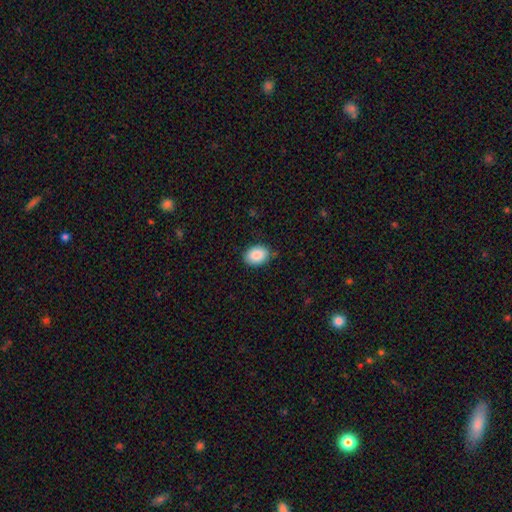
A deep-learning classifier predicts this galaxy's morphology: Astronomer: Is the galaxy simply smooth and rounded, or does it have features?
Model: smooth — 89%.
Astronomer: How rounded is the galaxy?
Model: in between — 74%.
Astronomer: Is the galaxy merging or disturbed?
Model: none — 83%.